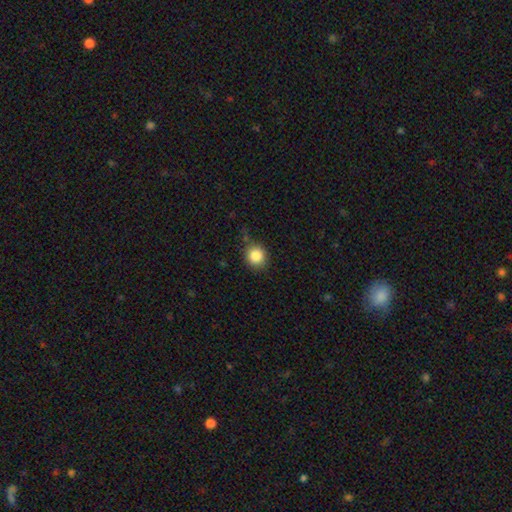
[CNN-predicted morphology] This is clearly a smooth galaxy (86%). How rounded: clearly round (88%). Merging: likely none (78%).